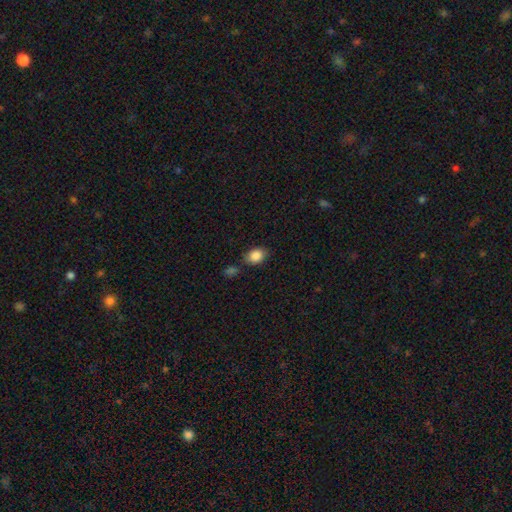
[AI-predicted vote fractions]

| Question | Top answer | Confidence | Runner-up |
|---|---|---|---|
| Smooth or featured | smooth | 86% | star or artifact (8%) |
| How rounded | in between | 68% | round (31%) |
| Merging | none | 71% | minor disturbance (15%) |